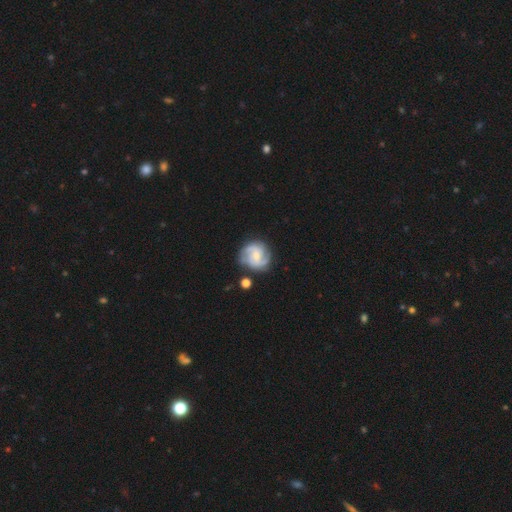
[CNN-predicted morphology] smooth_or_featured: featured or disk (p=0.84) [alt: smooth p=0.11]
disk_edge_on: no (p=0.98) [alt: yes p=0.02]
bar: no (p=0.53) [alt: weak p=0.40]
has_spiral_arms: yes (p=0.97) [alt: no p=0.03]
spiral_winding: medium (p=0.50) [alt: tight p=0.37]
spiral_arm_count: 2 (p=0.43) [alt: 3 p=0.37]
bulge_size: small (p=0.57) [alt: moderate p=0.36]
merging: none (p=0.78) [alt: minor disturbance p=0.15]